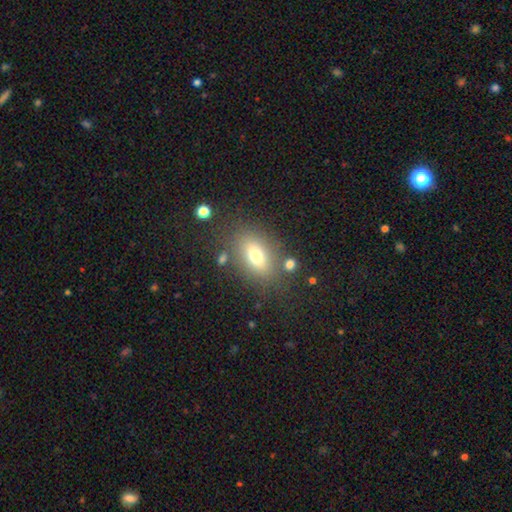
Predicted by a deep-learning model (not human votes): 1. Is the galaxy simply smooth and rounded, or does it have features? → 69% smooth, 19% featured or disk, 13% star or artifact.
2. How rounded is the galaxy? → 77% in between, 18% round, 5% cigar-shaped.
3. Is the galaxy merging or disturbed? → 75% none, 12% minor disturbance, 6% merger, 6% major disturbance.